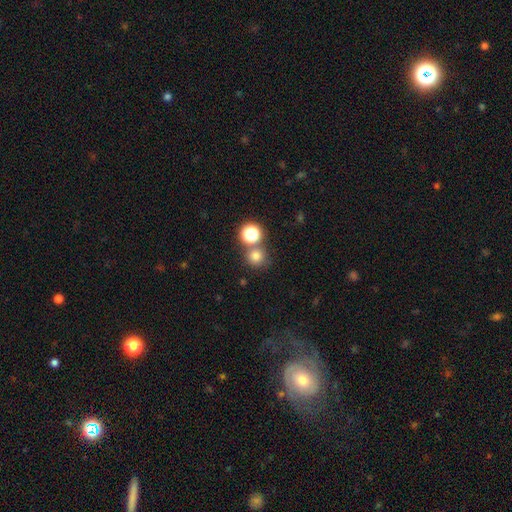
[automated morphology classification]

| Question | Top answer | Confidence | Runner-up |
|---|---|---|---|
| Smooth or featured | smooth | 74% | star or artifact (19%) |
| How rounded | round | 90% | in between (9%) |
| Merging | none | 67% | merger (21%) |